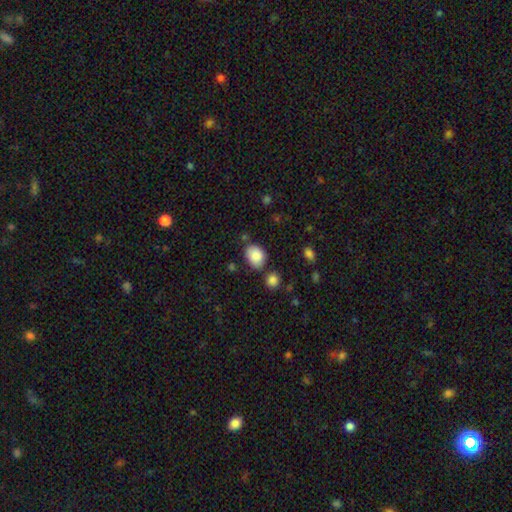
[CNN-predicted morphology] Overall: smooth (86%). How rounded: in between (71%). Merging: none (68%).